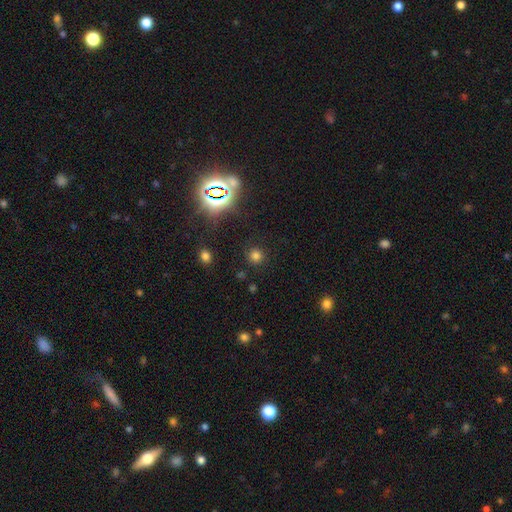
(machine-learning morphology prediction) smooth_or_featured: smooth (p=0.68) [alt: star or artifact p=0.26]
how_rounded: round (p=0.93) [alt: in between p=0.06]
merging: none (p=0.87) [alt: minor disturbance p=0.07]